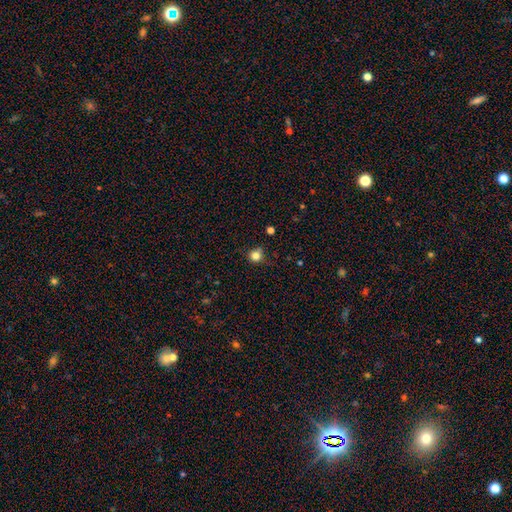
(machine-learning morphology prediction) smooth-or-featured: smooth: 82% | star or artifact: 13% | featured or disk: 5%
  how-rounded: round: 91% | in between: 8% | cigar-shaped: 1%
  merging: none: 77% | minor disturbance: 16% | major disturbance: 4% | merger: 3%